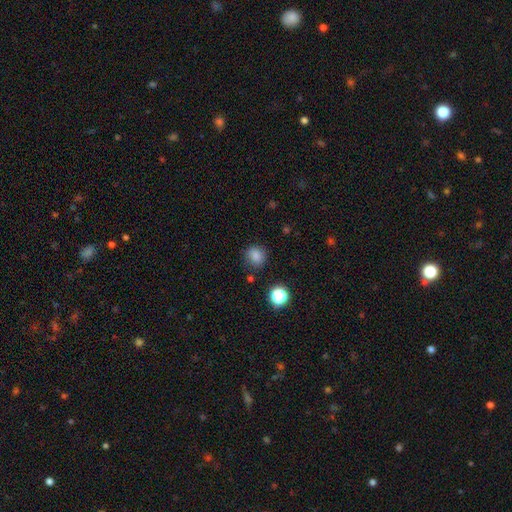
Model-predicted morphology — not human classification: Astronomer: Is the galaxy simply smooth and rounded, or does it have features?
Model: smooth — 81%.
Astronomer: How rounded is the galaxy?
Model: round — 80%.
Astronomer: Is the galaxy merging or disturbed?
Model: none — 80%.